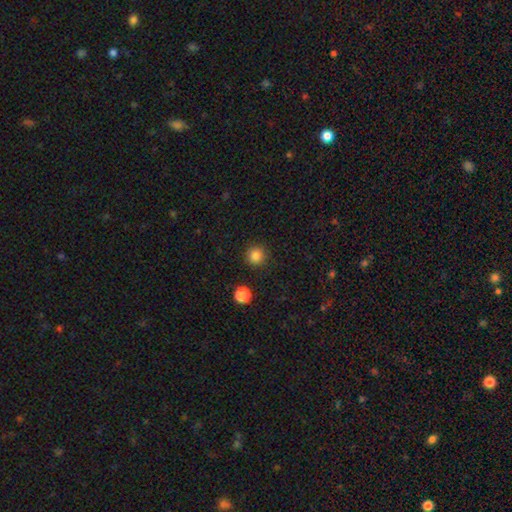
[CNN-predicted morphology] The model was most divided on "smooth or featured": smooth: 84%, star or artifact: 12%, featured or disk: 4%. More confident: how rounded — round (95%); merging — none (91%).